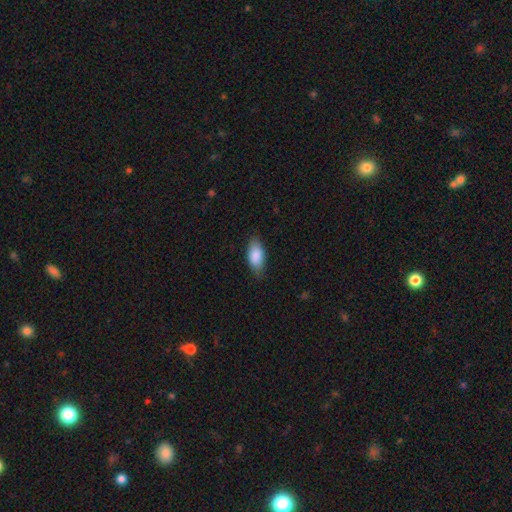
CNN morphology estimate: Q: Smooth or featured?
A: smooth (87%); runner-up: featured or disk (7%)
Q: How rounded?
A: in between (92%); runner-up: cigar-shaped (5%)
Q: Merging?
A: none (77%); runner-up: minor disturbance (18%)